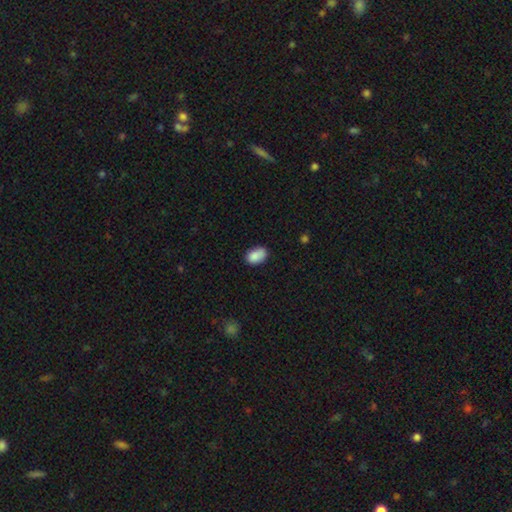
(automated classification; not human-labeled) This is clearly a smooth galaxy (86%). How rounded: clearly in between (88%). Merging: likely none (71%).